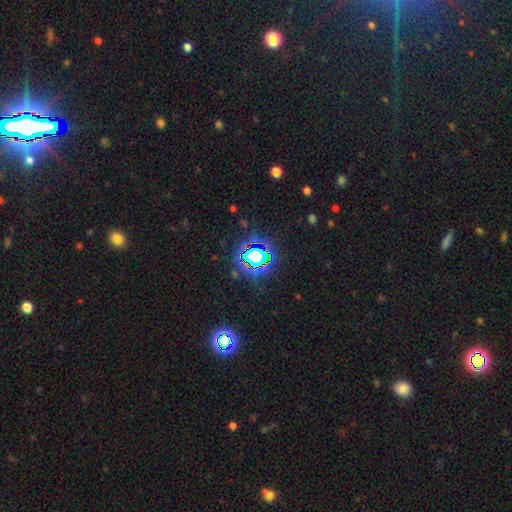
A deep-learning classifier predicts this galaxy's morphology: Smooth or featured?
  - star or artifact: 72% *
  - smooth: 17%
  - featured or disk: 11%